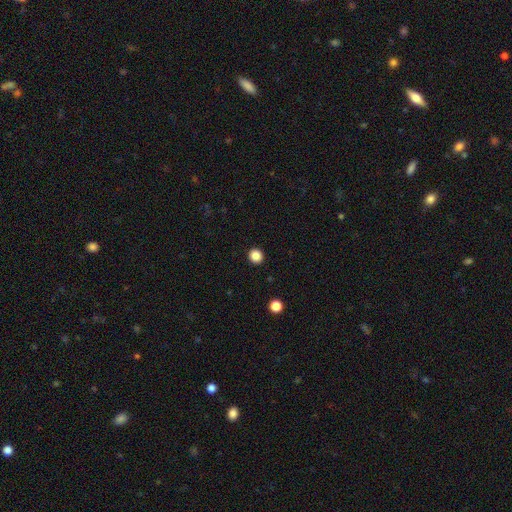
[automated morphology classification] Smooth or featured: smooth — 87% (star or artifact — 11%)
How rounded: round — 94% (in between — 5%)
Merging: none — 94% (minor disturbance — 4%)